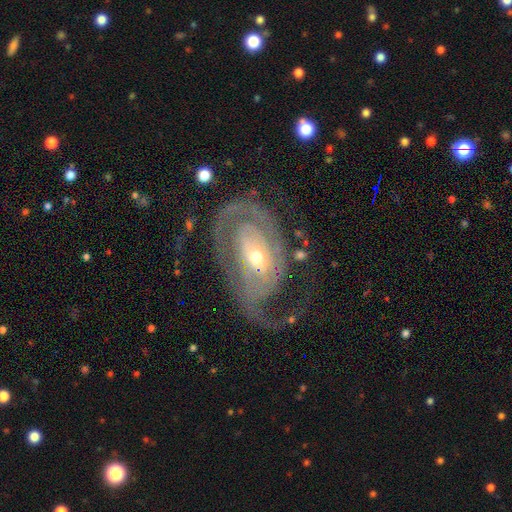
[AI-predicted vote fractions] Overall: featured or disk (86%). Edge-on disk: no (96%). Bar: no (59%; weak 28%). Spiral arms: yes (89%). Spiral arm count: 2 (48%; 1 20%). Spiral winding: tight (53%; medium 31%). Bulge size: small (53%; moderate 42%). Merging: none (51%; major disturbance 29%).